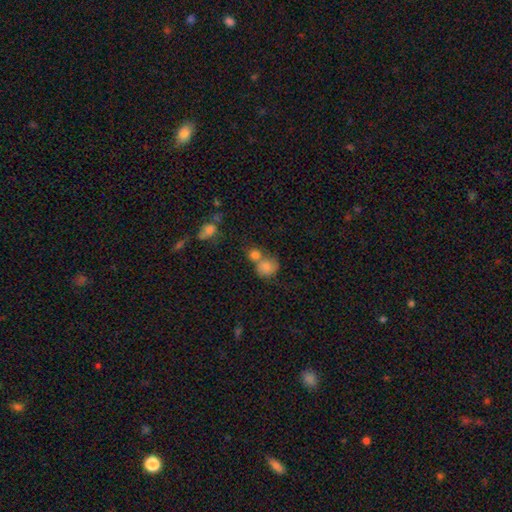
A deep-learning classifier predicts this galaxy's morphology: smooth 75%, star or artifact 13%, featured or disk 12%. Down the decision tree: how rounded — round (79%); merging — none (43%).